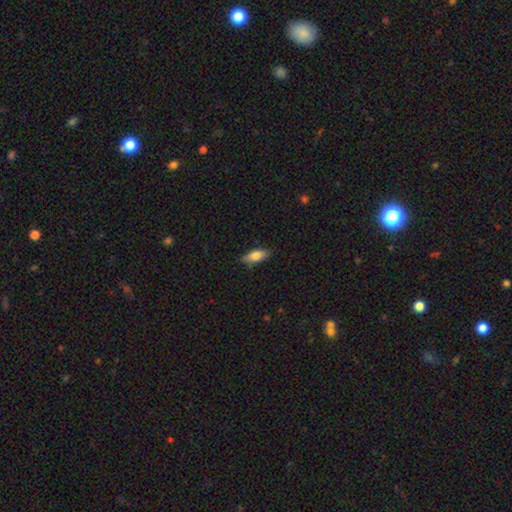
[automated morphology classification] Smooth or featured? smooth (76%)
How rounded? in between (74%)
Merging? none (84%)